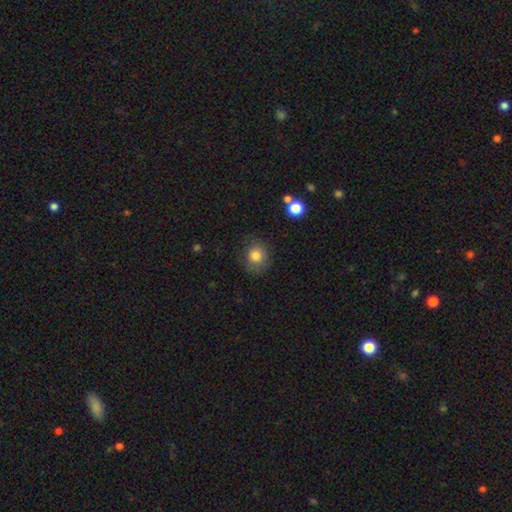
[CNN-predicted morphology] Smooth or featured: smooth — 81% (star or artifact — 10%)
How rounded: round — 80% (in between — 19%)
Merging: none — 77% (minor disturbance — 15%)